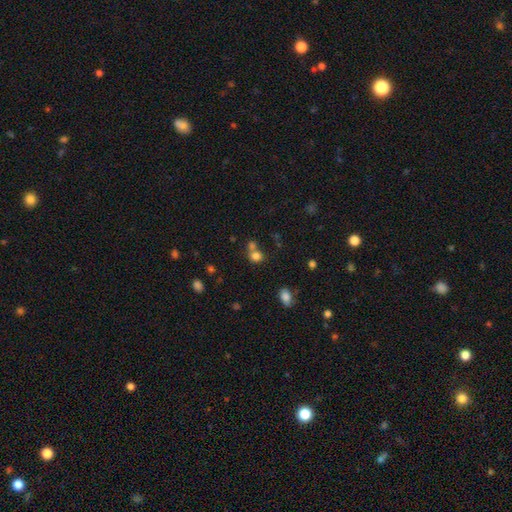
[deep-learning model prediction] Overall: smooth (77%). How rounded: round (73%). Merging: merger (45%; none 43%).